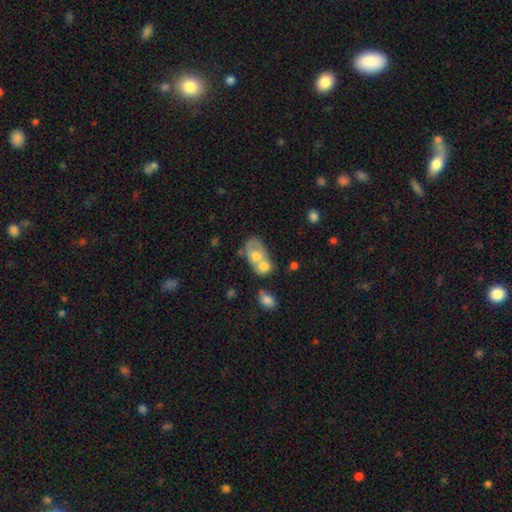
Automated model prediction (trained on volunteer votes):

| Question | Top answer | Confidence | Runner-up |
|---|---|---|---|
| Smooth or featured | smooth | 60% | featured or disk (32%) |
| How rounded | in between | 77% | round (21%) |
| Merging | merger | 71% | none (15%) |